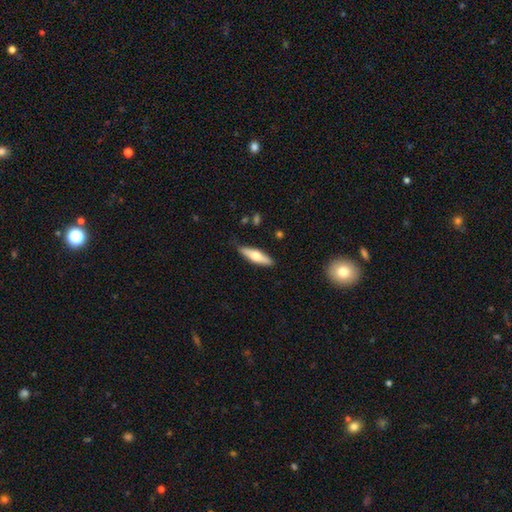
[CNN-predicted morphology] smooth_or_featured: smooth (p=0.56) [alt: featured or disk p=0.39]
how_rounded: cigar-shaped (p=0.62) [alt: in between p=0.36]
merging: none (p=0.84) [alt: minor disturbance p=0.12]